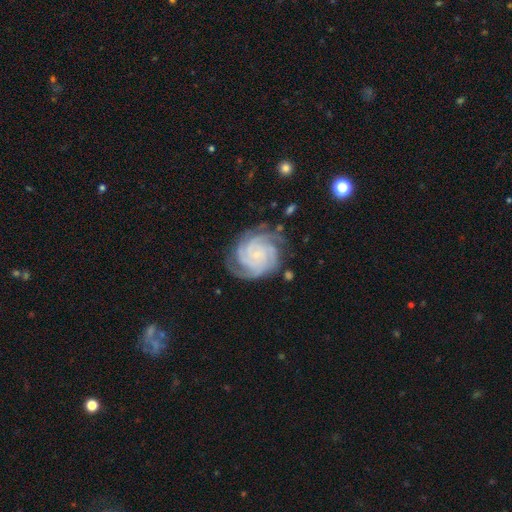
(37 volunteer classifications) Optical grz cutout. It shows a featured or disk galaxy (84%) with no bar (83%), 4 (66%) tight (59%) spiral arms (100%) and a small central bulge (79%). Merging: none (74%).